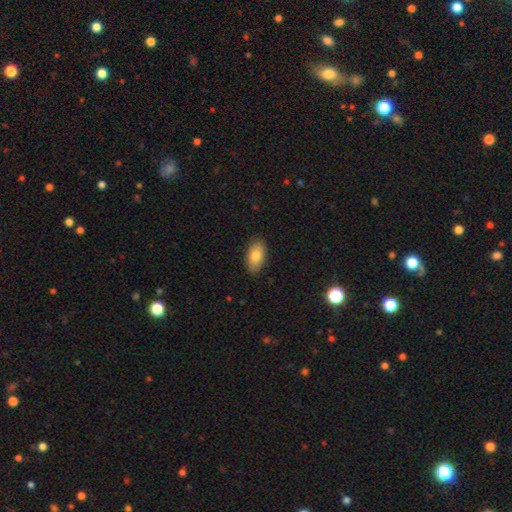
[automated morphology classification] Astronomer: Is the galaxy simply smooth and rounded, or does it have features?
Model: smooth — 80%.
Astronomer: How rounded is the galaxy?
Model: in between — 92%.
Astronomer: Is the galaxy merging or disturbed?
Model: none — 87%.